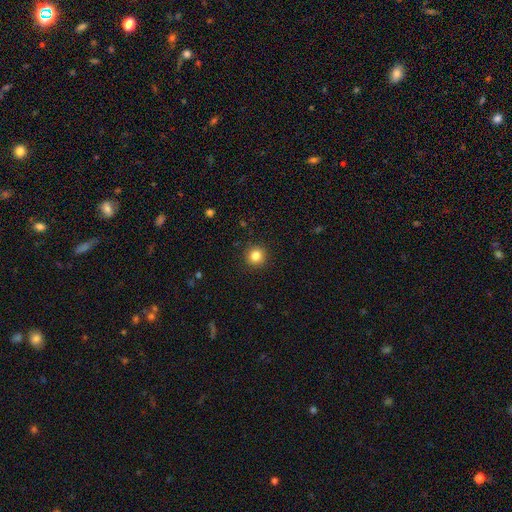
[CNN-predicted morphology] Smooth or featured? Predicted: smooth (p=0.84). How rounded? Predicted: round (p=0.94). Merging? Predicted: none (p=0.92).